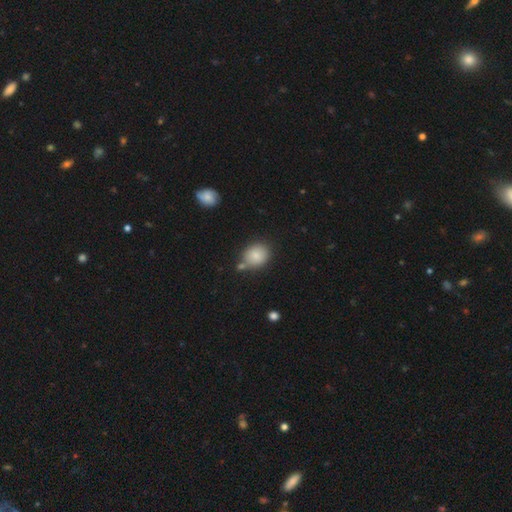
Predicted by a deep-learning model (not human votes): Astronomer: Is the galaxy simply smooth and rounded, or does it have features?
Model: smooth — 85%.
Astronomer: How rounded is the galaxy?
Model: round — 63%.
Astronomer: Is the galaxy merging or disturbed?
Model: none — 65%.